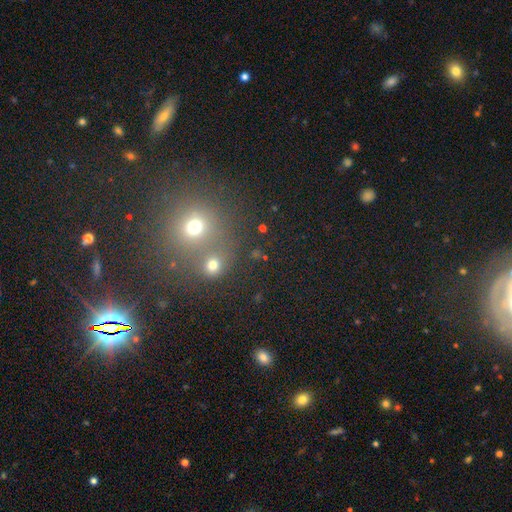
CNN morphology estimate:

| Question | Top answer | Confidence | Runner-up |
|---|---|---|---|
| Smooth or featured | star or artifact | 47% | smooth (43%) |